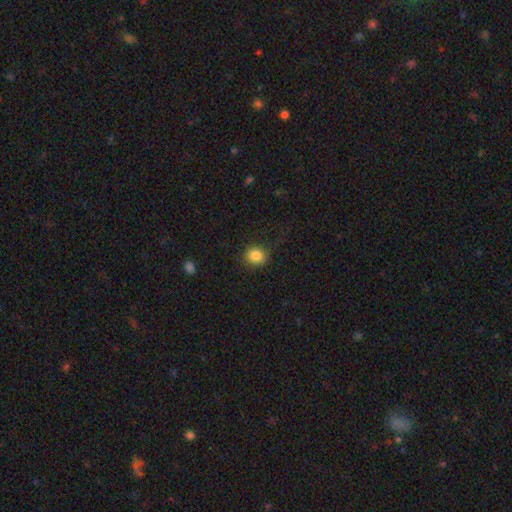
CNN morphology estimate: smooth-or-featured: smooth: 84% | star or artifact: 10% | featured or disk: 6%
  how-rounded: round: 83% | in between: 16% | cigar-shaped: 1%
  merging: none: 83% | minor disturbance: 11% | major disturbance: 5% | merger: 1%